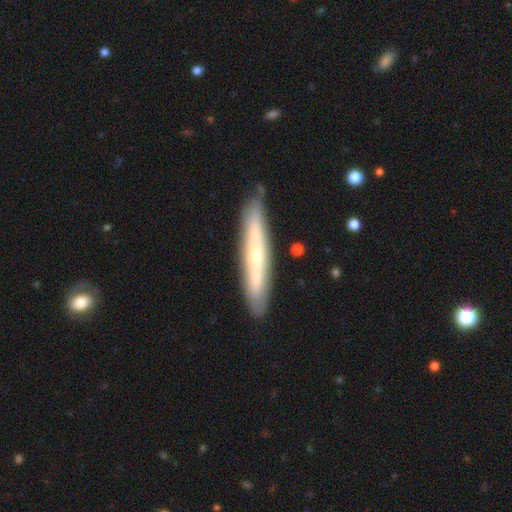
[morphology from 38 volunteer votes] smooth-or-featured: featured or disk: 63% | smooth: 37% | star or artifact: 0%
  disk-edge-on: yes: 88% | no: 12%
    edge-on-bulge: rounded: 52% | none: 48% | boxy: 0%
  merging: none: 87% | minor disturbance: 11% | merger: 3% | major disturbance: 0%